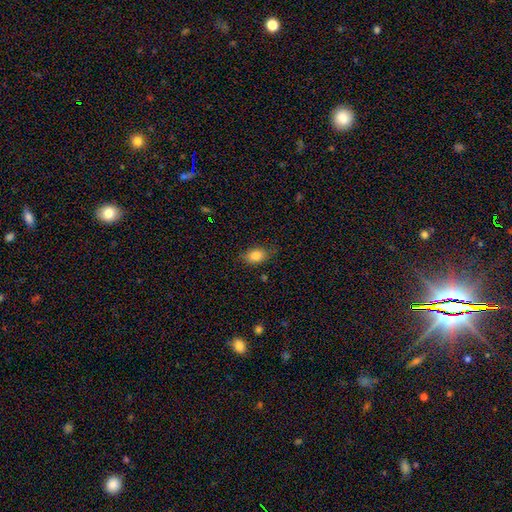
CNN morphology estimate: This is clearly a smooth galaxy (84%). How rounded: likely in between (80%). Merging: likely none (79%).